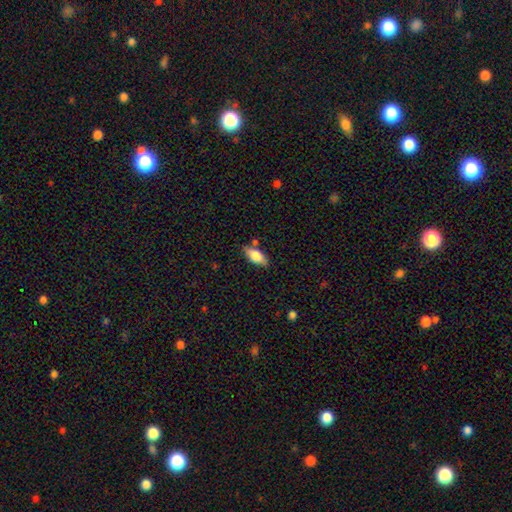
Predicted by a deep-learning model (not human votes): Smooth or featured? Predicted: smooth (p=0.78). How rounded? Predicted: in between (p=0.84). Merging? Predicted: none (p=0.77).